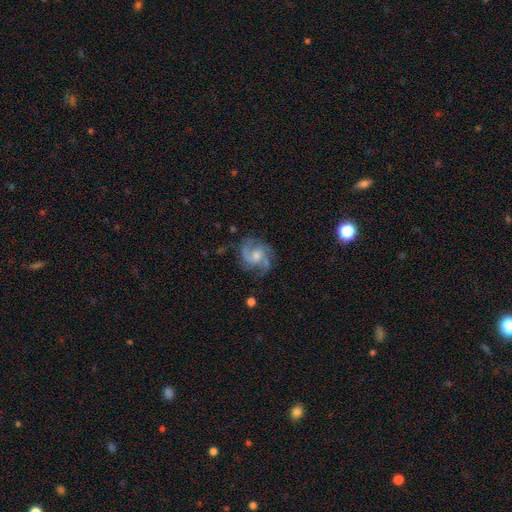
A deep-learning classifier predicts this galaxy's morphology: Smooth or featured: featured or disk — 83% (smooth — 10%)
Edge-on disk: no — 98% (yes — 2%)
Bar: no — 62% (weak — 33%)
Spiral arms: yes — 95% (no — 5%)
Spiral winding: medium — 52% (tight — 28%)
Spiral arm count: 2 — 39% (3 — 33%)
Bulge size: moderate — 52% (small — 36%)
Merging: none — 66% (minor disturbance — 20%)